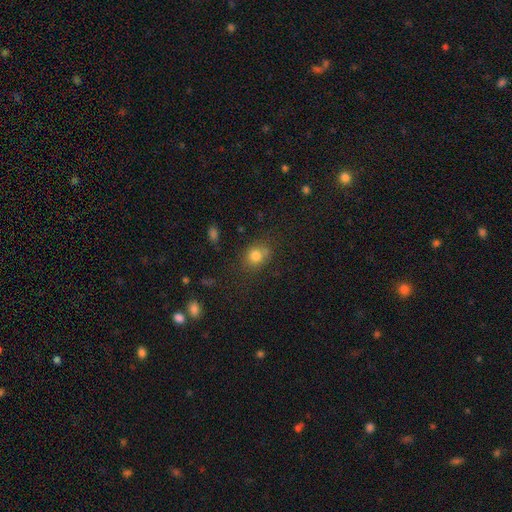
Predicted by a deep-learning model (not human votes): A smooth galaxy with no disk features (80%) that is round (60%). Merging: none (72%).